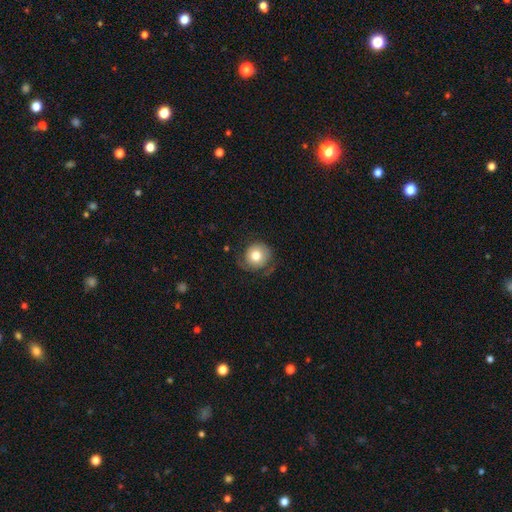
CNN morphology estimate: type=smooth (64%); roundness=round (87%); merging=none (58%).